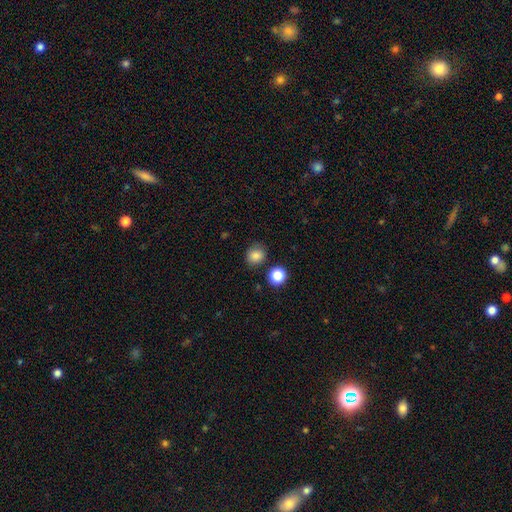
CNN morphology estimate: Overall: smooth (84%). How rounded: round (79%). Merging: none (82%).